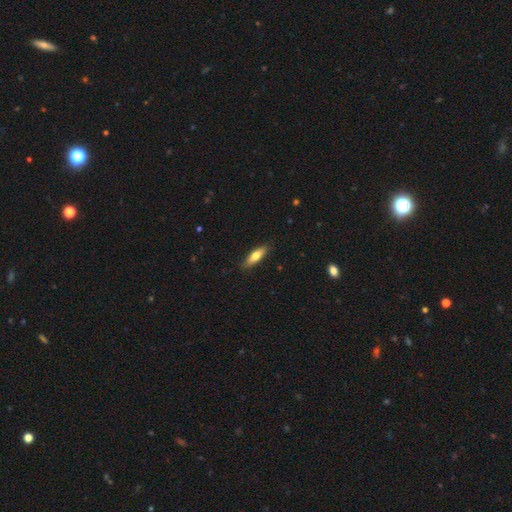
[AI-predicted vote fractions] smooth-or-featured: smooth: 67% | featured or disk: 27% | star or artifact: 6%
  how-rounded: cigar-shaped: 52% | in between: 46% | round: 2%
  merging: none: 87% | minor disturbance: 10% | major disturbance: 2% | merger: 1%